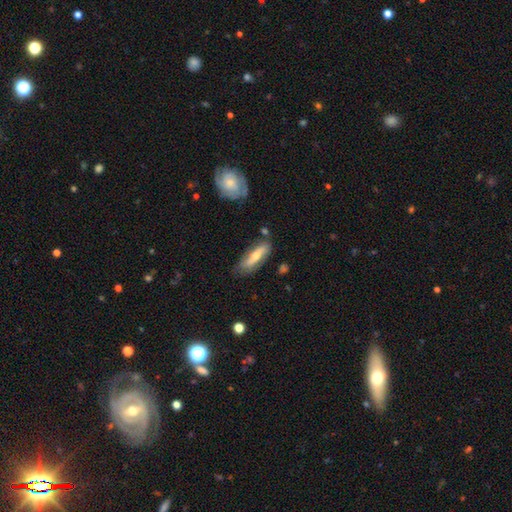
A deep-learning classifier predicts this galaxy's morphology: Overall: smooth (52%; featured or disk 42%). How rounded: cigar-shaped (51%; in between 47%). Merging: none (72%).